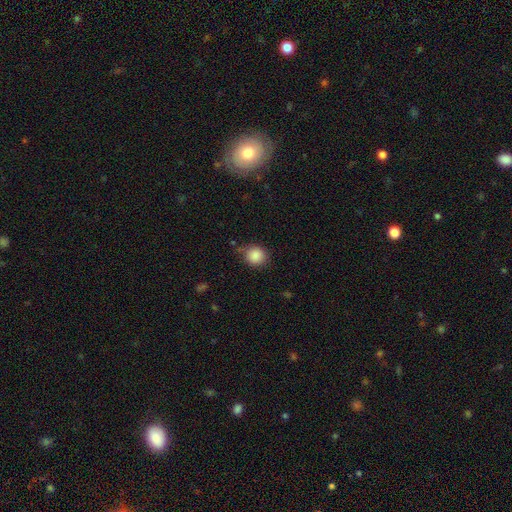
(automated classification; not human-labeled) smooth_or_featured: smooth (p=0.87) [alt: star or artifact p=0.09]
how_rounded: round (p=0.86) [alt: in between p=0.13]
merging: none (p=0.74) [alt: minor disturbance p=0.19]